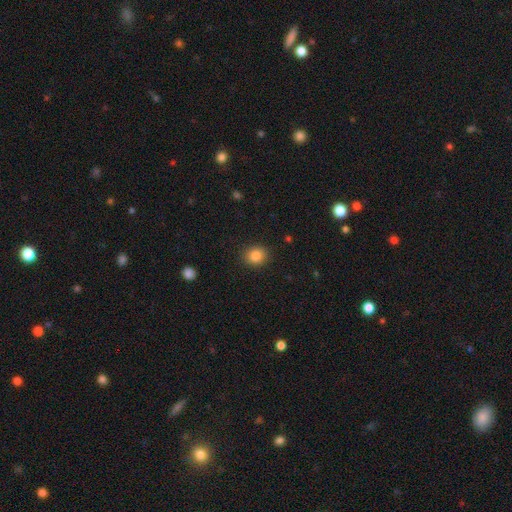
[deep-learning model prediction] Smooth or featured: smooth — 85% (star or artifact — 10%)
How rounded: round — 71% (in between — 28%)
Merging: none — 89% (minor disturbance — 7%)